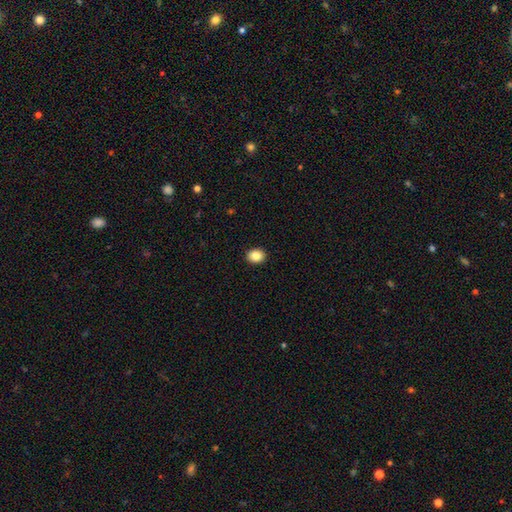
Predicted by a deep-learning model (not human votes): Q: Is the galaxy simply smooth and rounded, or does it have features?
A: smooth — 86%.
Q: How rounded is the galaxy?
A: round — 52%.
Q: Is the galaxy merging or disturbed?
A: none — 92%.